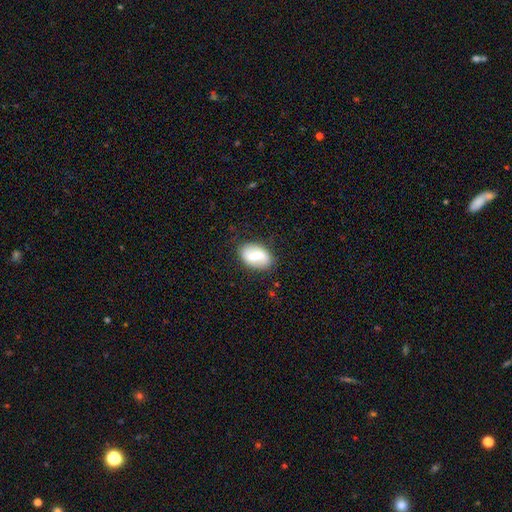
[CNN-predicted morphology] smooth-or-featured: smooth: 57% | featured or disk: 36% | star or artifact: 7%
  how-rounded: in between: 87% | round: 11% | cigar-shaped: 2%
  merging: none: 78% | minor disturbance: 16% | major disturbance: 4% | merger: 2%